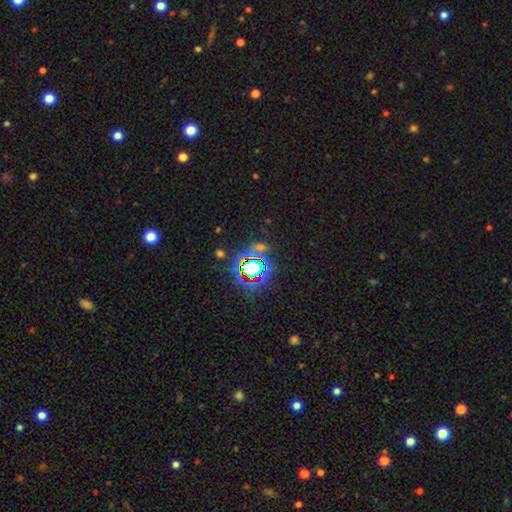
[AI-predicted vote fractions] star or artifact 77%, smooth 14%, featured or disk 8%.